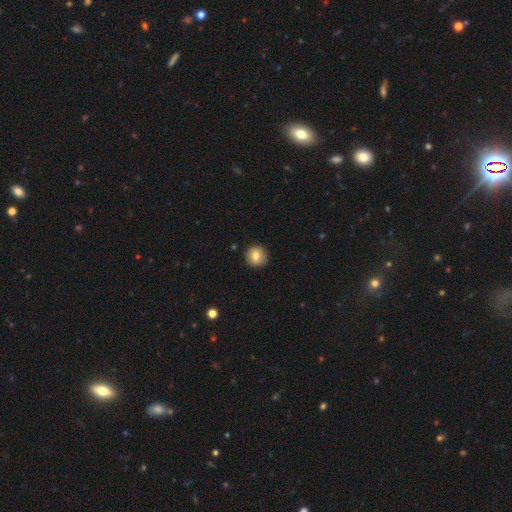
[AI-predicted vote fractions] Smooth or featured: smooth — 77% (featured or disk — 14%)
How rounded: round — 93% (in between — 6%)
Merging: none — 90% (minor disturbance — 7%)